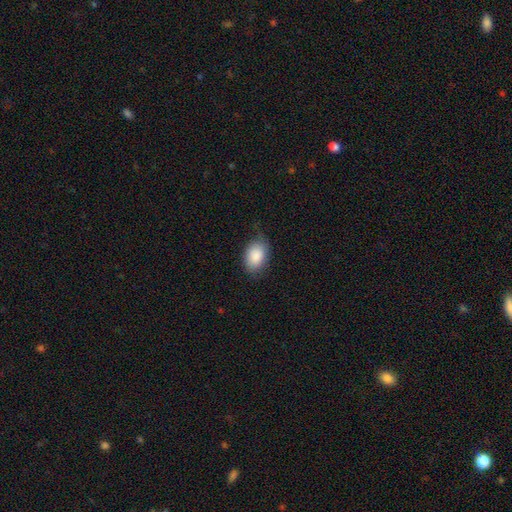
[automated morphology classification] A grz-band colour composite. It shows a smooth galaxy with no disk features (88%) that is in between round and cigar-shaped (85%). Merging: none (70%).